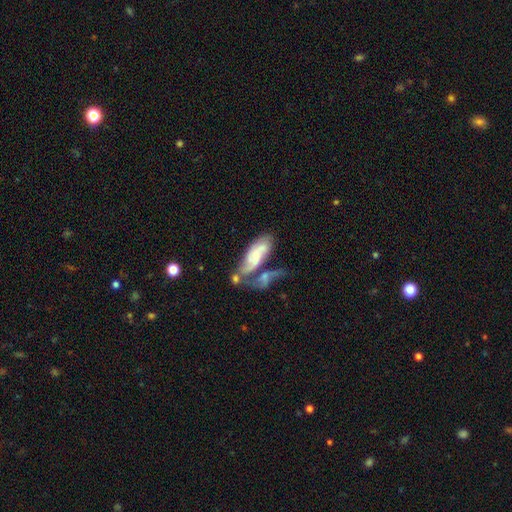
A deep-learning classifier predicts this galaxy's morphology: Smooth or featured? featured or disk (55%)
Edge-on disk? no (89%)
Merging? merger (45%)